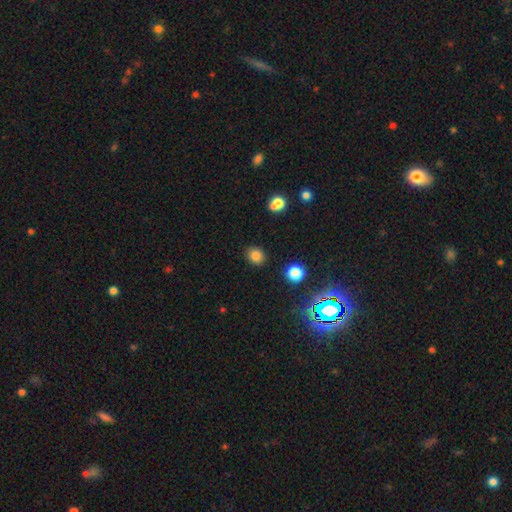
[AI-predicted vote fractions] Overall: smooth (82%). How rounded: round (71%). Merging: none (89%).